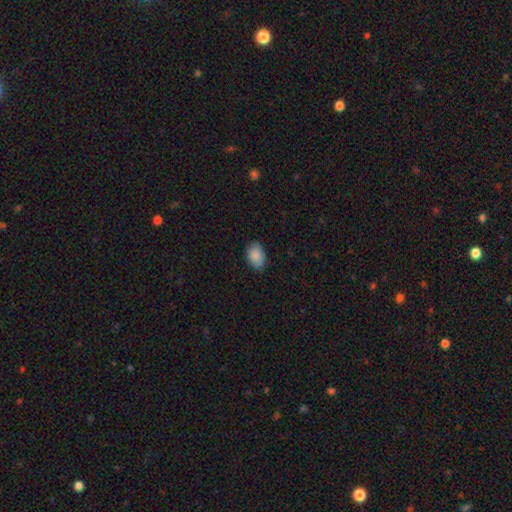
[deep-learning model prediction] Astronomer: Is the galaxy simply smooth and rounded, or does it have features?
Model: smooth — 87%.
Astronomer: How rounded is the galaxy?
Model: in between — 85%.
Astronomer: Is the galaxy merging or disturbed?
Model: none — 79%.